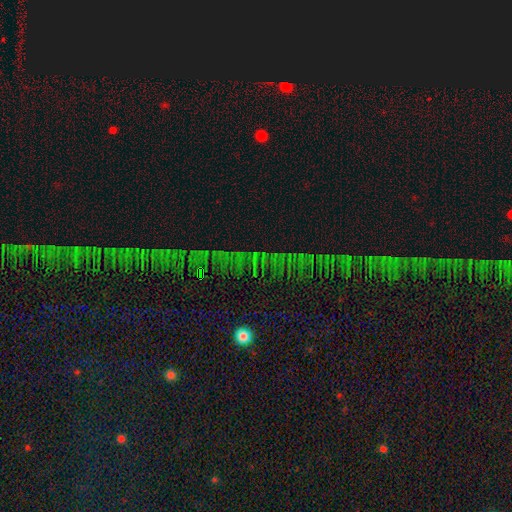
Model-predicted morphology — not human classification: A star or artifact, not a galaxy (73%).